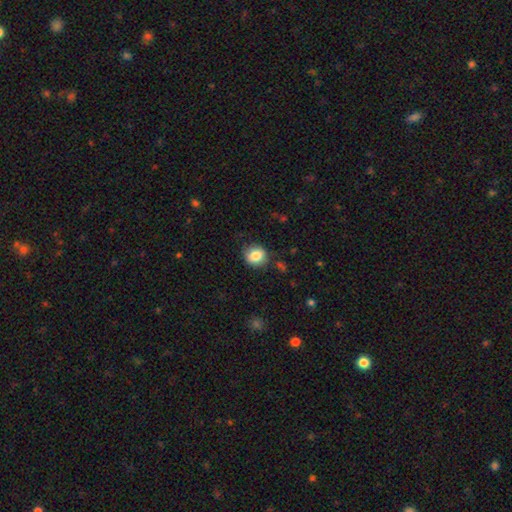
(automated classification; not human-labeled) smooth 84%, star or artifact 9%, featured or disk 7%. Down the decision tree: how rounded — round (79%); merging — none (82%).